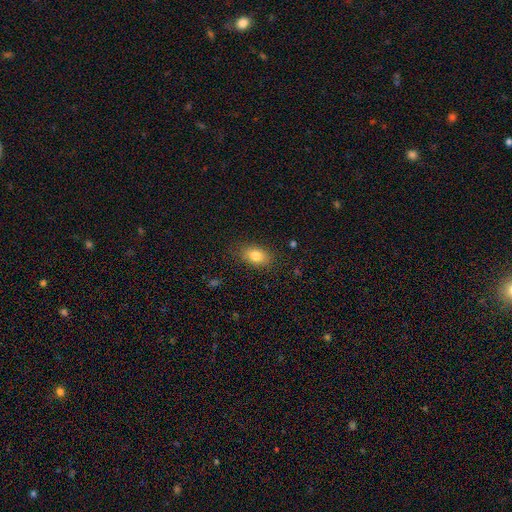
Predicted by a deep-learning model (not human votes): smooth_or_featured: smooth (p=0.83) [alt: featured or disk p=0.09]
how_rounded: in between (p=0.85) [alt: round p=0.12]
merging: none (p=0.82) [alt: minor disturbance p=0.13]